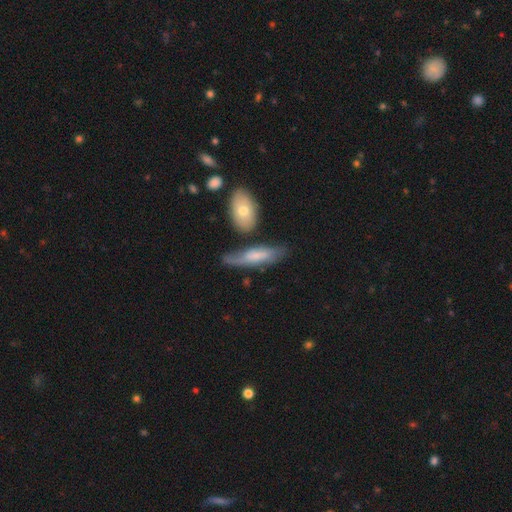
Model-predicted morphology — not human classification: A smooth galaxy with no disk features (52%) that is cigar-shaped (49%).

Vote fractions:
- Smooth or featured? smooth: 52% / featured or disk: 41% / star or artifact: 7%
- How rounded? cigar-shaped: 49% / in between: 48% / round: 3%
- Merging? none: 52% / minor disturbance: 26% / major disturbance: 11% / merger: 11%